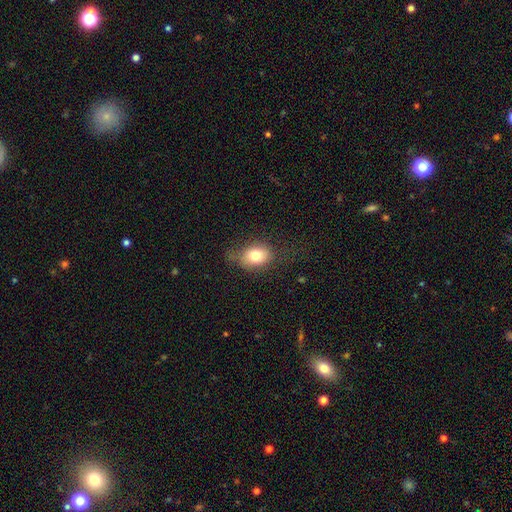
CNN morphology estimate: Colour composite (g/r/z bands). It shows a smooth galaxy with no disk features (76%) that is in between round and cigar-shaped (62%). Merging: none (57%).